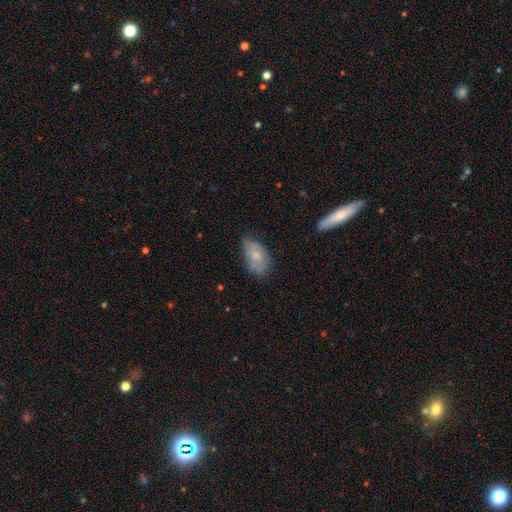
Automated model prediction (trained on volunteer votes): Smooth or featured: smooth — 67% (featured or disk — 25%)
How rounded: in between — 92% (round — 6%)
Merging: none — 50% (minor disturbance — 36%)